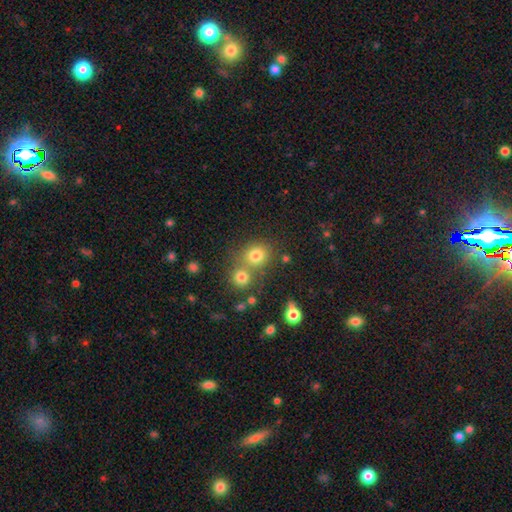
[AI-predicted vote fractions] smooth-or-featured: smooth: 76% | star or artifact: 16% | featured or disk: 8%
  how-rounded: round: 78% | in between: 21% | cigar-shaped: 1%
  merging: none: 58% | merger: 30% | minor disturbance: 9% | major disturbance: 4%